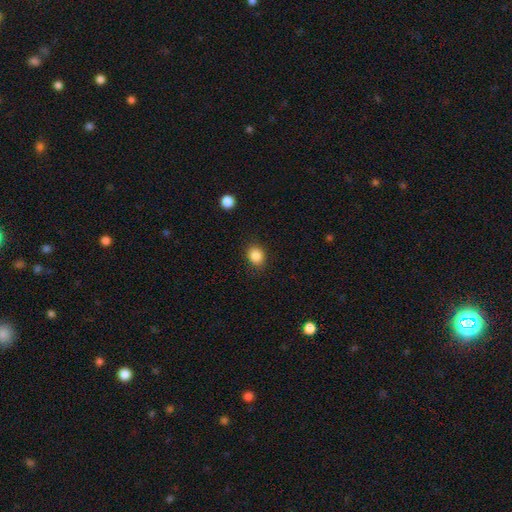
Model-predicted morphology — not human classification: smooth_or_featured: smooth (p=0.86) [alt: star or artifact p=0.10]
how_rounded: round (p=0.60) [alt: in between p=0.39]
merging: none (p=0.86) [alt: minor disturbance p=0.09]